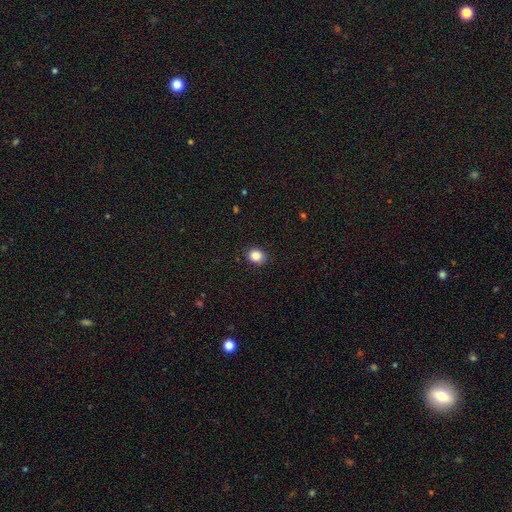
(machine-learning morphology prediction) The model was most divided on "how rounded": round: 58%, in between: 41%, cigar-shaped: 1%. More confident: merging — none (89%); smooth or featured — smooth (86%).